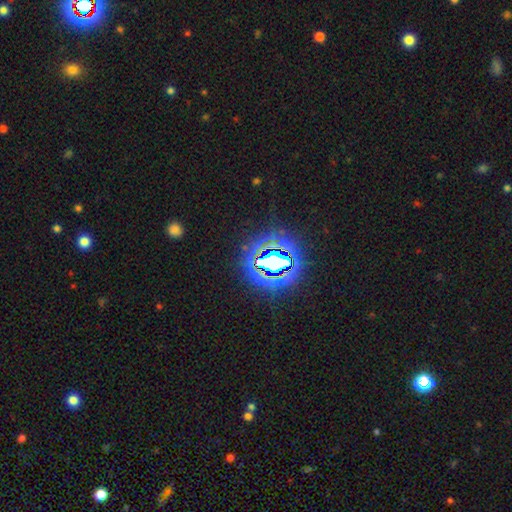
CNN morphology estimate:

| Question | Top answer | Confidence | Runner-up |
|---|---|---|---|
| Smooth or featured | star or artifact | 81% | smooth (11%) |